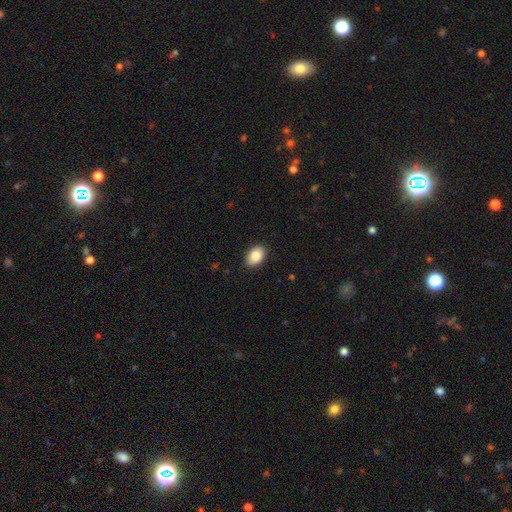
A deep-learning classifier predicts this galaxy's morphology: Smooth or featured?
  - smooth: 87% *
  - star or artifact: 7%
  - featured or disk: 6%
How rounded?
  - in between: 88% *
  - round: 11%
  - cigar-shaped: 1%
Merging?
  - none: 88% *
  - minor disturbance: 9%
  - major disturbance: 2%
  - merger: 1%